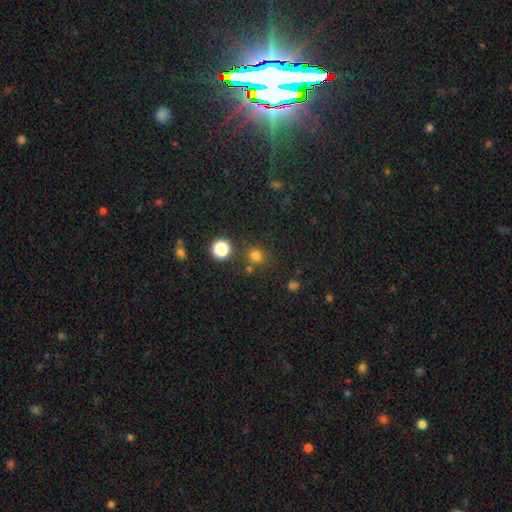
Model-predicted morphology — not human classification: type=smooth (74%); roundness=round (92%); merging=none (79%).